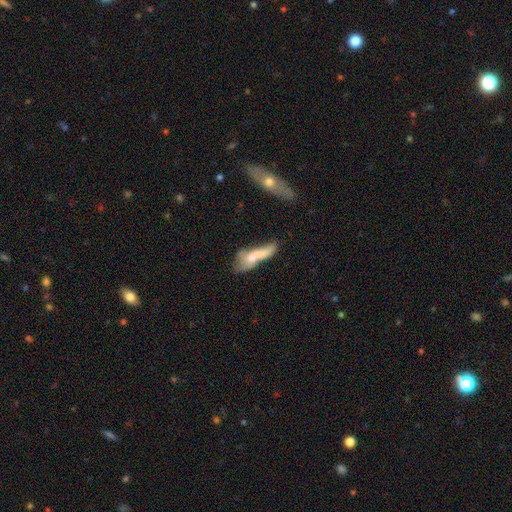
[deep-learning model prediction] smooth_or_featured: smooth (p=0.57) [alt: featured or disk p=0.35]
how_rounded: in between (p=0.50) [alt: cigar-shaped p=0.46]
merging: merger (p=0.41) [alt: major disturbance p=0.22]